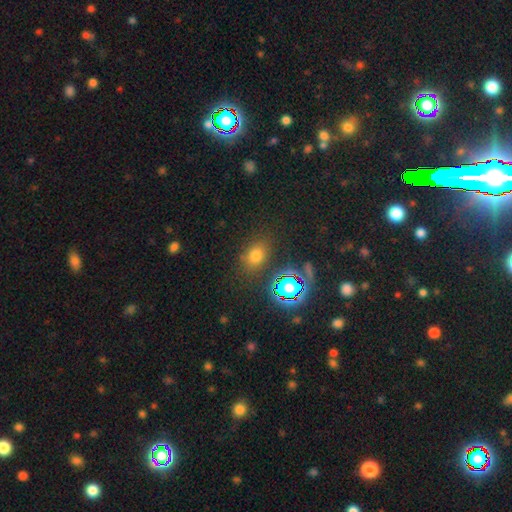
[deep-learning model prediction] Smooth or featured? smooth (67%)
How rounded? in between (63%)
Merging? none (82%)